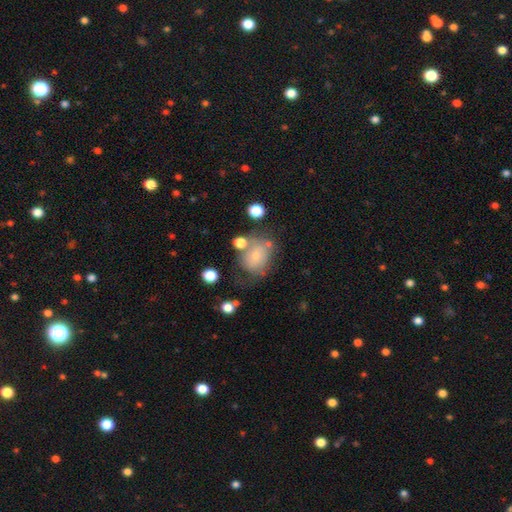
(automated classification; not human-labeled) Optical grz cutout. It shows a smooth galaxy with no disk features (65%) that is round (57%). Merging: none (46%).